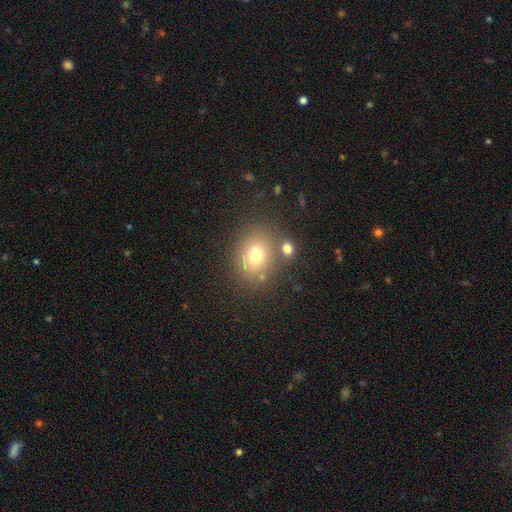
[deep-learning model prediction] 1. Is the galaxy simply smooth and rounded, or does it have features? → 72% smooth, 15% featured or disk, 14% star or artifact.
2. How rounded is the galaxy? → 55% round, 44% in between, 1% cigar-shaped.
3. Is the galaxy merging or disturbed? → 69% none, 13% minor disturbance, 13% merger, 5% major disturbance.